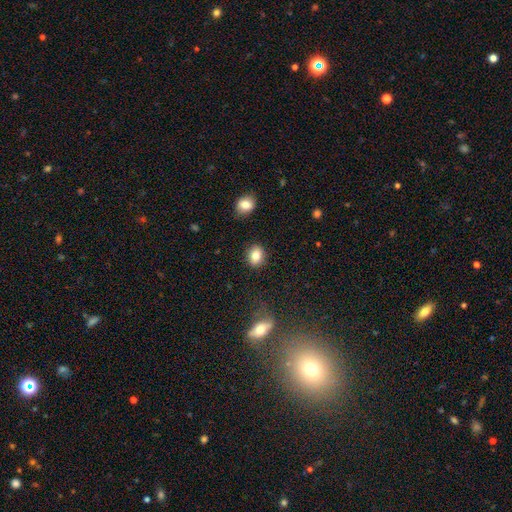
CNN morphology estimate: A smooth galaxy with no disk features (83%) that is round (54%).

Vote fractions:
- Smooth or featured? smooth: 83% / star or artifact: 10% / featured or disk: 7%
- How rounded? round: 54% / in between: 45% / cigar-shaped: 1%
- Merging? none: 88% / minor disturbance: 8% / major disturbance: 2% / merger: 2%